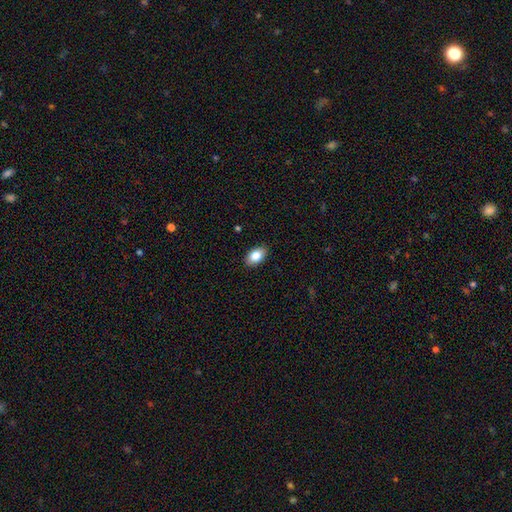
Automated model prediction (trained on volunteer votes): A smooth galaxy with no disk features (84%) that is in between round and cigar-shaped (90%). Merging: none (88%).